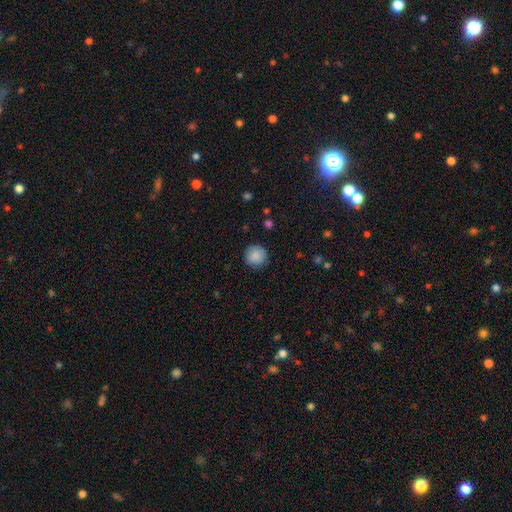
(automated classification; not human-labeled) Morphology: type=smooth (87%); roundness=round (93%); merging=none (88%).